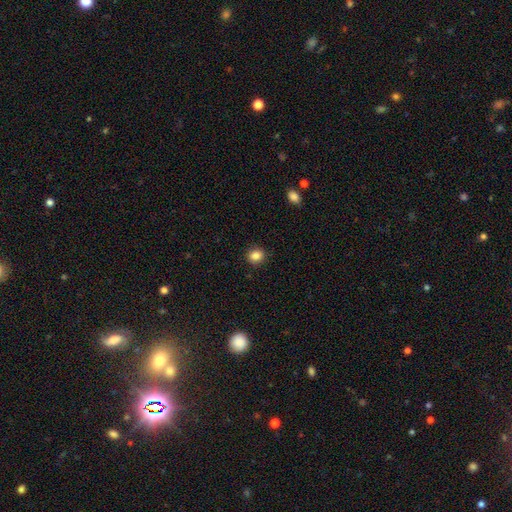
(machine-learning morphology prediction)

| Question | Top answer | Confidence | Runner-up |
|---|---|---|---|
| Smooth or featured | smooth | 85% | star or artifact (11%) |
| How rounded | round | 78% | in between (21%) |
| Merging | none | 90% | minor disturbance (7%) |